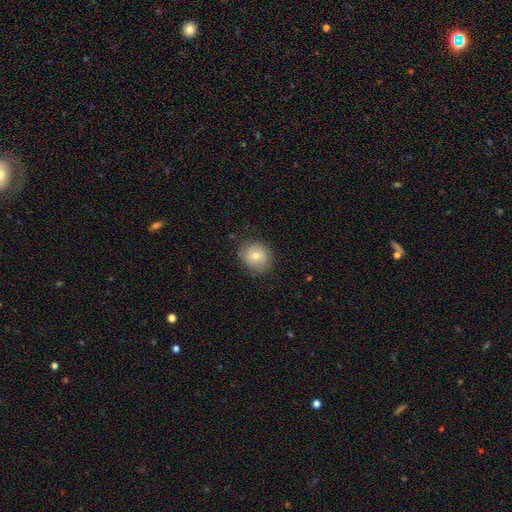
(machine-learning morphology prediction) Smooth or featured?
  - smooth: 74% *
  - featured or disk: 17%
  - star or artifact: 9%
How rounded?
  - round: 82% *
  - in between: 17%
  - cigar-shaped: 1%
Merging?
  - none: 83% *
  - minor disturbance: 13%
  - major disturbance: 3%
  - merger: 1%